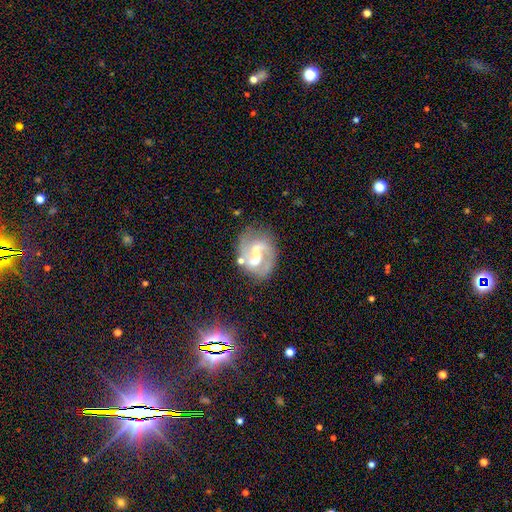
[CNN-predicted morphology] smooth_or_featured: featured or disk (p=0.82) [alt: smooth p=0.10]
disk_edge_on: no (p=0.98) [alt: yes p=0.02]
bar: weak (p=0.42) [tied with: strong p=0.42]
has_spiral_arms: yes (p=0.92) [alt: no p=0.08]
spiral_winding: medium (p=0.48) [alt: loose p=0.36]
spiral_arm_count: 2 (p=0.85) [alt: 1 p=0.07]
bulge_size: none (p=0.35) [alt: moderate p=0.27]
merging: none (p=0.63) [alt: minor disturbance p=0.19]